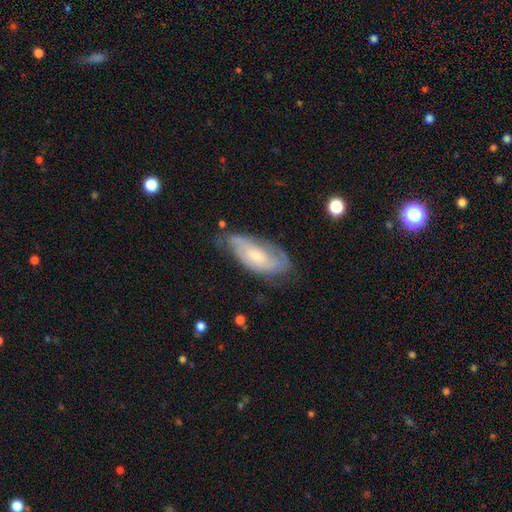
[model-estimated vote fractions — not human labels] Overall: featured or disk (67%; smooth 27%). Edge-on disk: no (91%). Bar: no (64%; weak 30%). Spiral arms: yes (86%). Spiral arm count: 2 (48%; can't tell 35%). Spiral winding: tight (46%; medium 38%). Bulge size: small (57%; moderate 37%). Merging: none (57%; minor disturbance 30%).